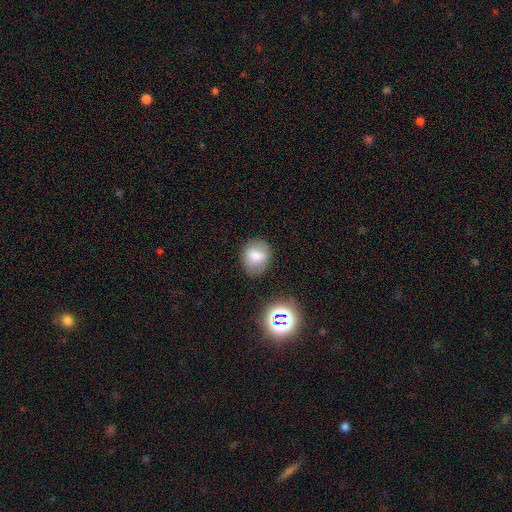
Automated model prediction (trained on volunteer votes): Smooth or featured: smooth — 70% (featured or disk — 17%)
How rounded: round — 57% (in between — 42%)
Merging: none — 76% (minor disturbance — 16%)